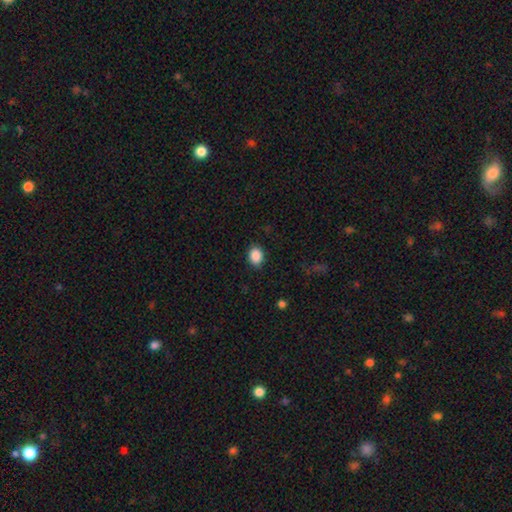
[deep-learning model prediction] smooth_or_featured: smooth (p=0.88) [alt: star or artifact p=0.08]
how_rounded: in between (p=0.61) [alt: round p=0.38]
merging: none (p=0.86) [alt: minor disturbance p=0.10]